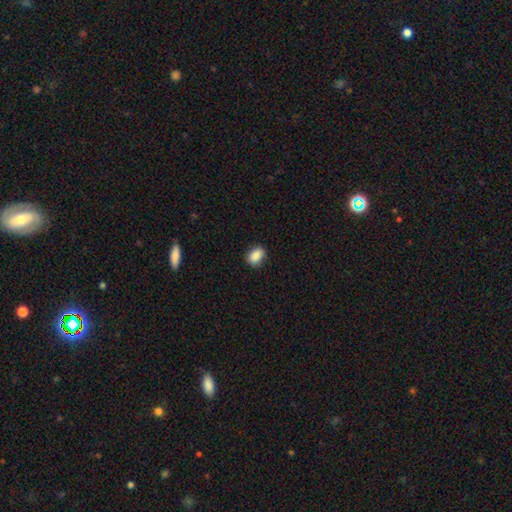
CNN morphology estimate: Smooth or featured?
  - smooth: 87% *
  - star or artifact: 9%
  - featured or disk: 4%
How rounded?
  - in between: 72% *
  - round: 26%
  - cigar-shaped: 2%
Merging?
  - none: 82% *
  - minor disturbance: 14%
  - major disturbance: 3%
  - merger: 1%